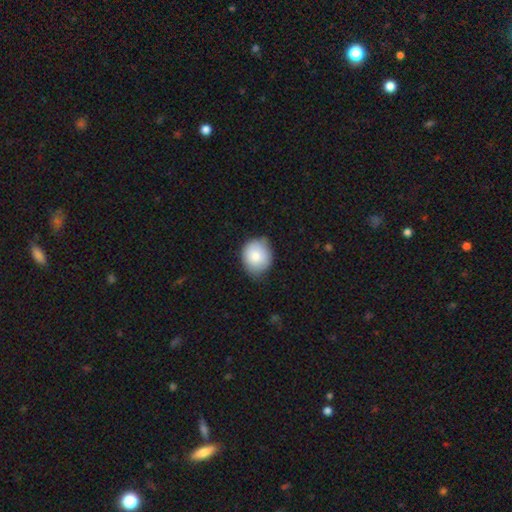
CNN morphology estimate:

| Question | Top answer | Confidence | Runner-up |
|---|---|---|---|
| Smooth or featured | smooth | 81% | featured or disk (11%) |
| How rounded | round | 71% | in between (28%) |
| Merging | none | 69% | minor disturbance (26%) |